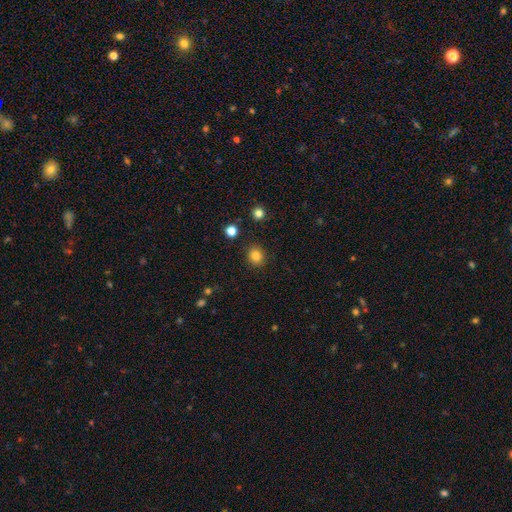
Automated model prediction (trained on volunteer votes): smooth-or-featured: smooth: 83% | star or artifact: 12% | featured or disk: 6%
  how-rounded: round: 72% | in between: 27% | cigar-shaped: 1%
  merging: none: 89% | minor disturbance: 7% | major disturbance: 2% | merger: 2%